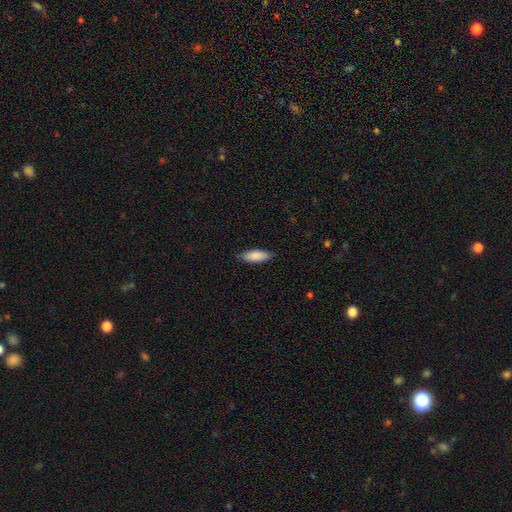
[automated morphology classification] smooth 87%, featured or disk 8%, star or artifact 6%. Down the decision tree: how rounded — in between (70%); merging — none (82%).